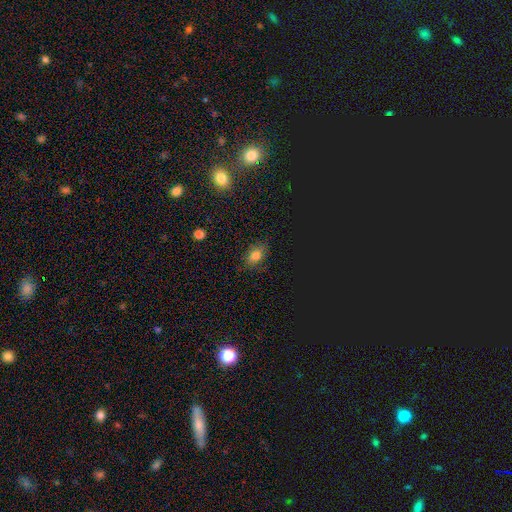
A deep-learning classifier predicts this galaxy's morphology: Q: Smooth or featured?
A: smooth (70%); runner-up: star or artifact (21%)
Q: How rounded?
A: in between (75%); runner-up: round (22%)
Q: Merging?
A: none (80%); runner-up: minor disturbance (15%)